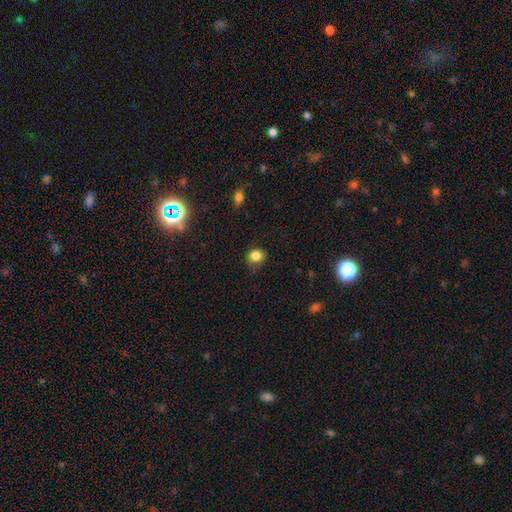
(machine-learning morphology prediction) A smooth galaxy with no disk features (83%) that is round (81%). Merging: none (71%).